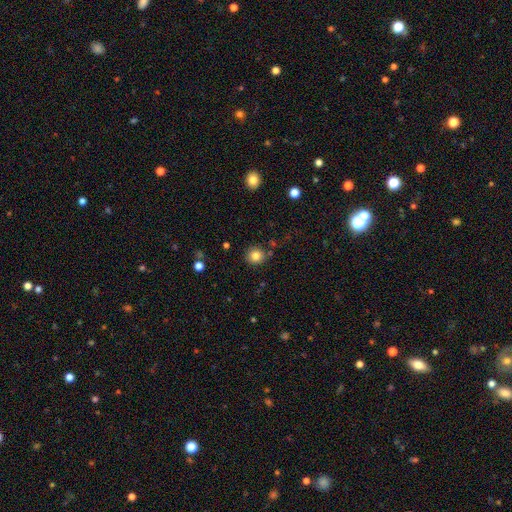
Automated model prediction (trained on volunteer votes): Morphology: type=smooth (83%); roundness=round (92%); merging=none (84%).